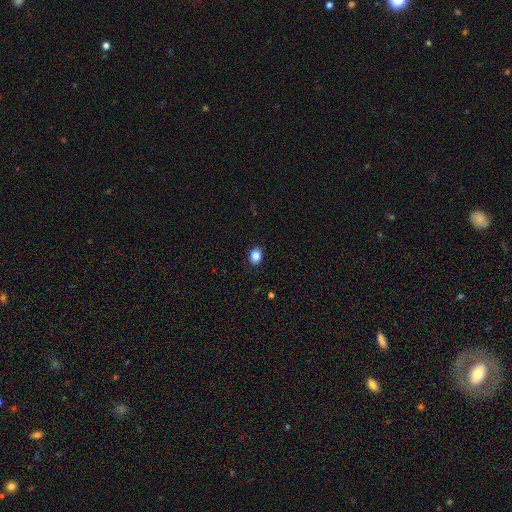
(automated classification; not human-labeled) smooth_or_featured: smooth (p=0.86) [alt: star or artifact p=0.10]
how_rounded: in between (p=0.53) [alt: round p=0.46]
merging: none (p=0.90) [alt: minor disturbance p=0.07]